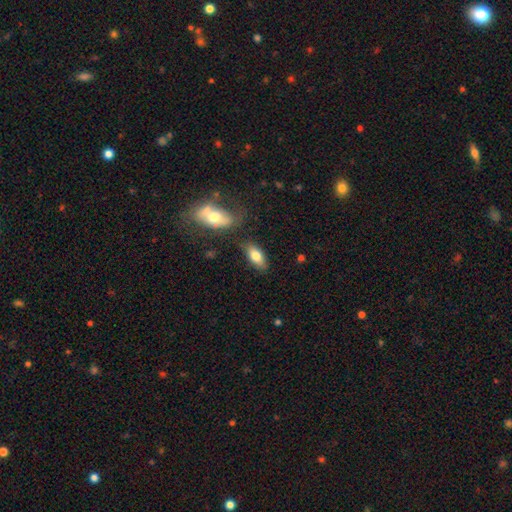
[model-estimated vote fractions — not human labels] A smooth galaxy with no disk features (77%) that is in between round and cigar-shaped (85%).

Vote fractions:
- Smooth or featured? smooth: 77% / featured or disk: 16% / star or artifact: 7%
- How rounded? in between: 85% / cigar-shaped: 11% / round: 3%
- Merging? none: 77% / minor disturbance: 13% / merger: 6% / major disturbance: 4%